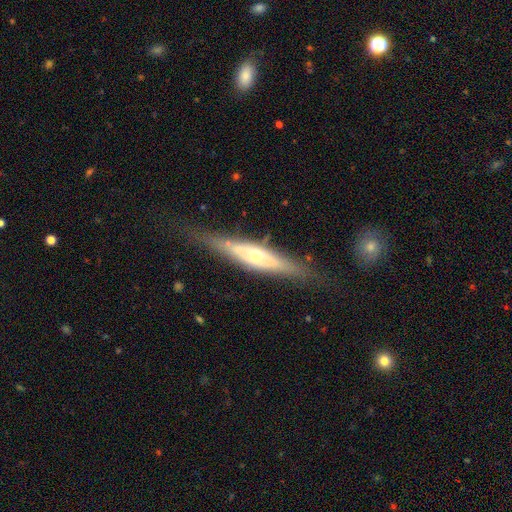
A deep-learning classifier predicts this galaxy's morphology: featured or disk 65%, smooth 28%, star or artifact 7%. Down the decision tree: edge-on disk — yes (82%); edge-on bulge — rounded (79%); merging — none (73%).